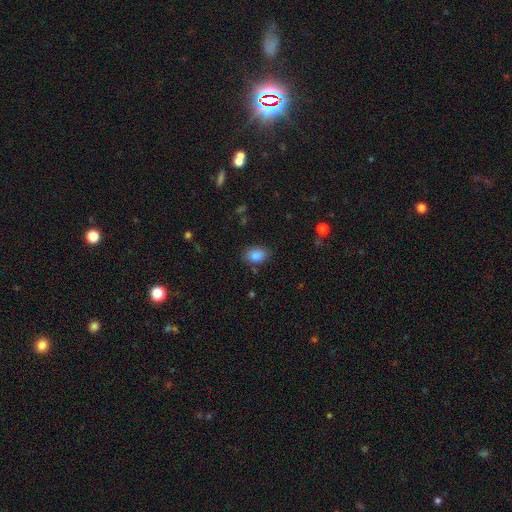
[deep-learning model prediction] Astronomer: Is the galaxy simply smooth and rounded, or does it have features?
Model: smooth — 86%.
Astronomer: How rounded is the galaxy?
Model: in between — 82%.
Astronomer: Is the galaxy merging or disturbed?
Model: none — 81%.